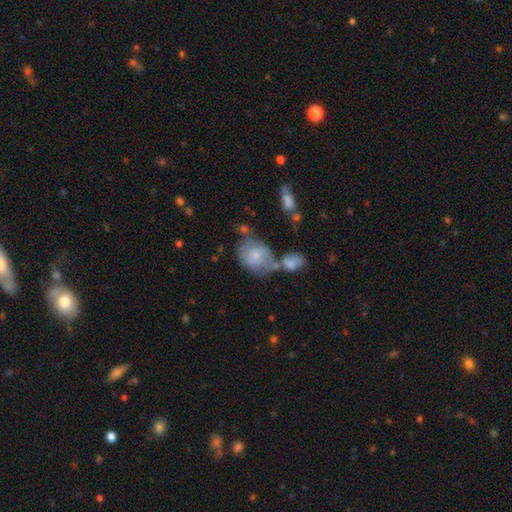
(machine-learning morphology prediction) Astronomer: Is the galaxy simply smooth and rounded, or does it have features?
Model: smooth — 68%.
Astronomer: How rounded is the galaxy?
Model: in between — 51% (runner-up: round, 48%).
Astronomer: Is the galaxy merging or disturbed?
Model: none — 35% (runner-up: merger, 32%).